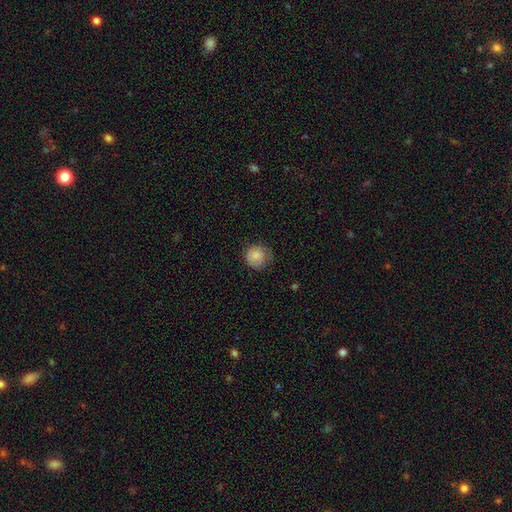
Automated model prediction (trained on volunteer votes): This appears to be a smooth galaxy with no disk features (82%) that is round (88%). Merging: none (63%).